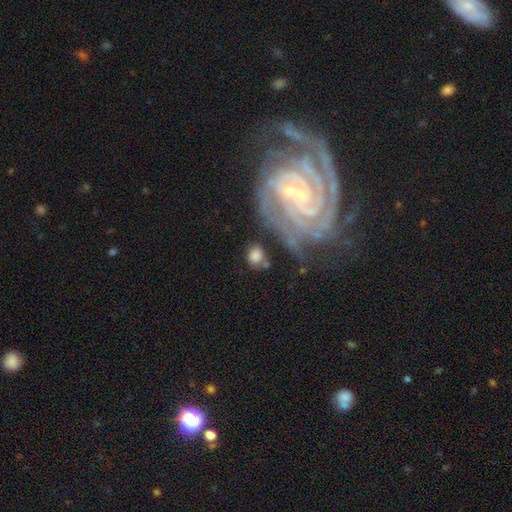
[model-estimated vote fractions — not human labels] smooth_or_featured: smooth (p=0.70) [alt: featured or disk p=0.21]
how_rounded: round (p=0.66) [alt: in between p=0.32]
merging: none (p=0.63) [alt: minor disturbance p=0.16]